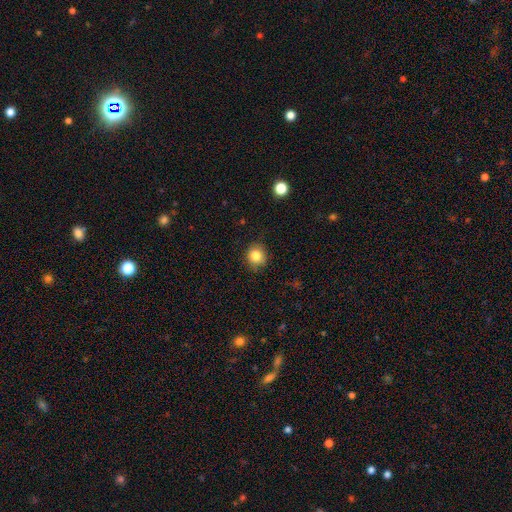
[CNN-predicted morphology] smooth-or-featured: smooth: 83% | star or artifact: 11% | featured or disk: 7%
  how-rounded: round: 82% | in between: 17% | cigar-shaped: 1%
  merging: none: 83% | minor disturbance: 13% | major disturbance: 3% | merger: 1%